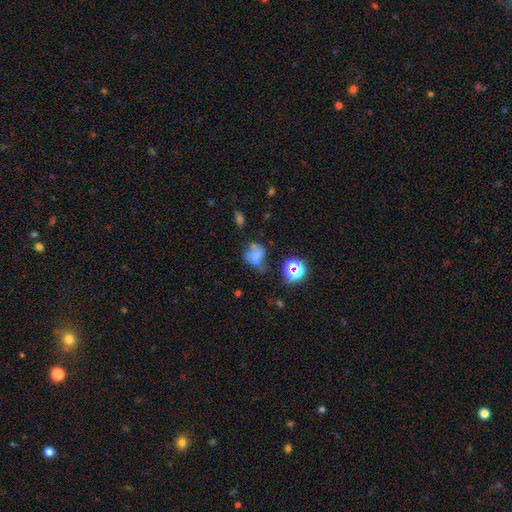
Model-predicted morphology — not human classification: smooth 53%, featured or disk 25%, star or artifact 22%. Down the decision tree: how rounded — in between (54%); merging — none (37%).